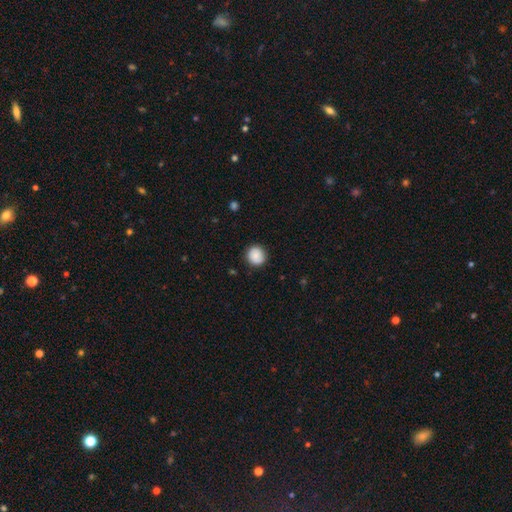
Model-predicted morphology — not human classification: A smooth galaxy with no disk features (86%) that is round (91%). Merging: none (89%).